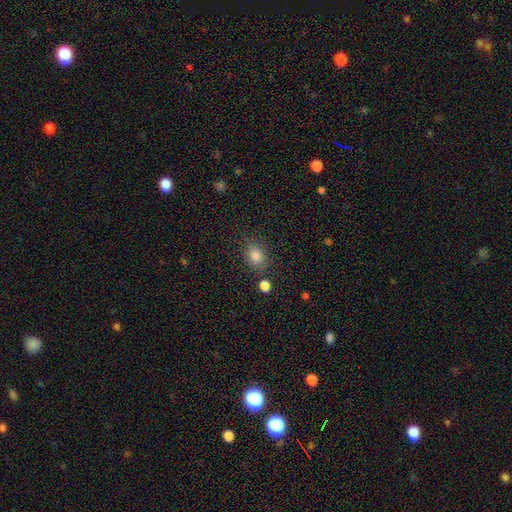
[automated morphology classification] This appears to be a smooth galaxy with no disk features (82%) that is in between round and cigar-shaped (59%). Merging: none (81%).